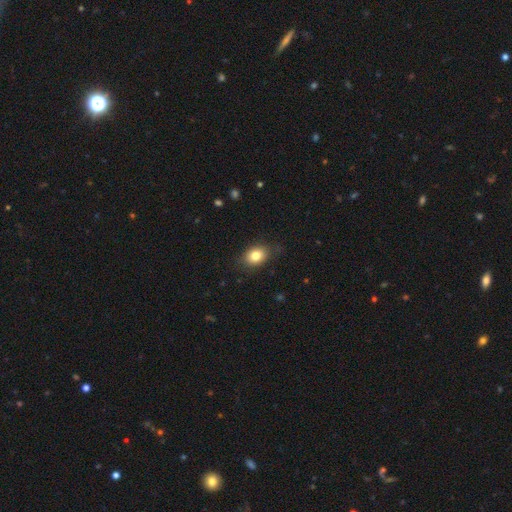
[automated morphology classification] This appears to be a smooth galaxy with no disk features (82%) that is in between round and cigar-shaped (67%). Merging: none (81%).